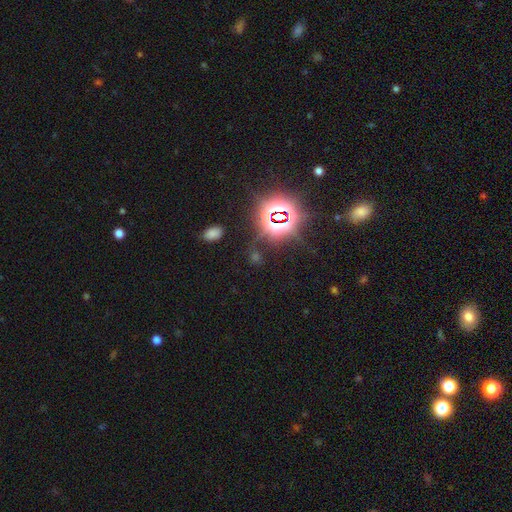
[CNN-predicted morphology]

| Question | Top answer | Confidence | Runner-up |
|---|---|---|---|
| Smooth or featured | star or artifact | 71% | smooth (21%) |